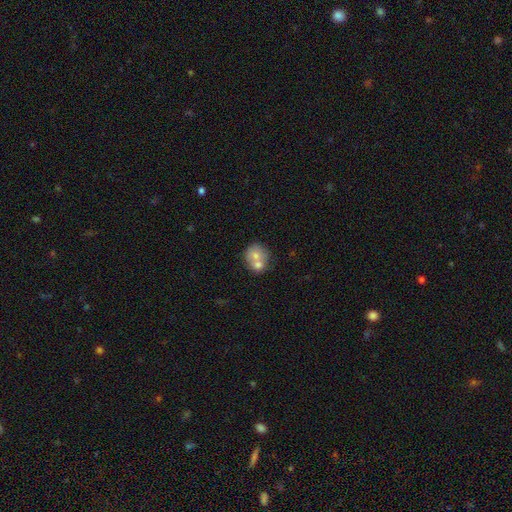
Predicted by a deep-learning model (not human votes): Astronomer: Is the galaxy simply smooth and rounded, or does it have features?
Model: smooth — 65%.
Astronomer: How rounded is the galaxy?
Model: round — 79%.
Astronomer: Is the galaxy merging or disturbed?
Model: merger — 55% (runner-up: none, 34%).